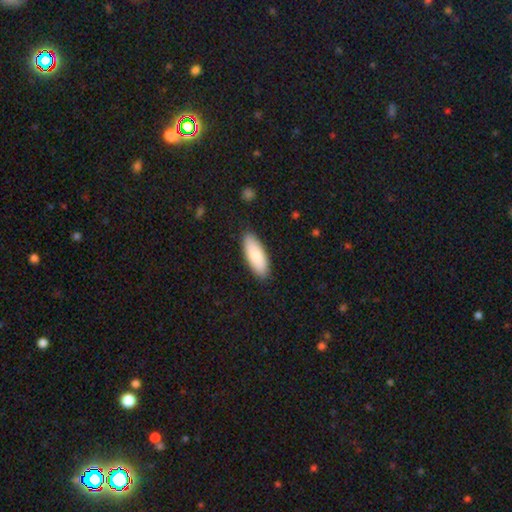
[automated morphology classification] Smooth or featured?
  - smooth: 83% *
  - featured or disk: 12%
  - star or artifact: 5%
How rounded?
  - in between: 72% *
  - cigar-shaped: 26%
  - round: 2%
Merging?
  - none: 87% *
  - minor disturbance: 10%
  - major disturbance: 2%
  - merger: 1%